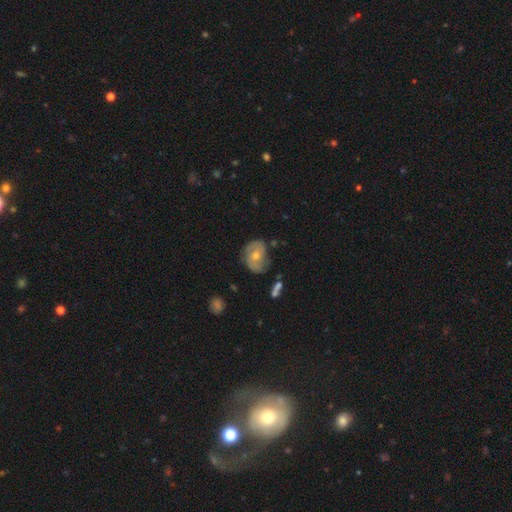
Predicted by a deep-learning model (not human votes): The model was most divided on "bulge size": moderate: 54%, small: 42%, large: 2%, none: 1%, dominant: 1%. More confident: edge-on disk — no (96%); spiral arms — yes (81%); bar — no (69%); smooth or featured — featured or disk (61%); merging — none (61%).